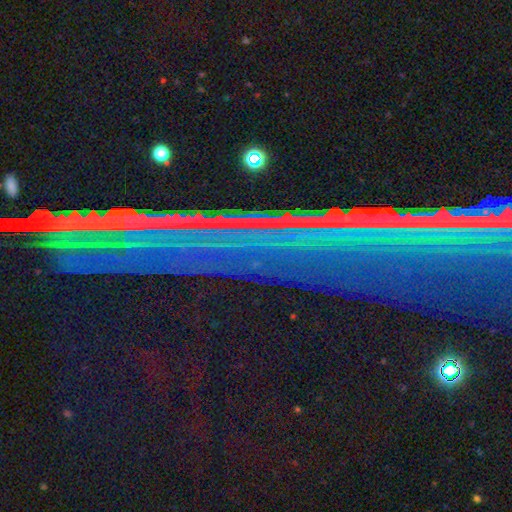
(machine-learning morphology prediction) Overall: star or artifact (87%).